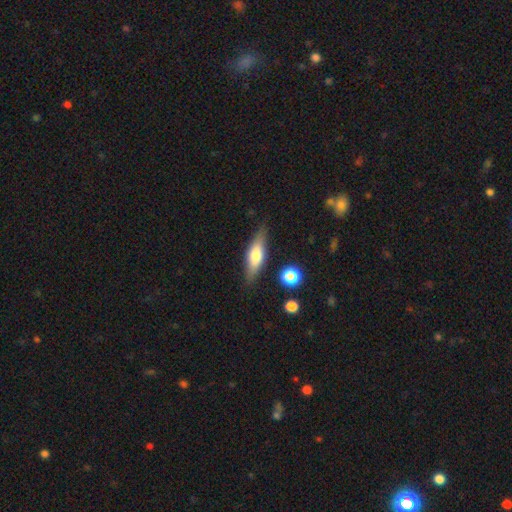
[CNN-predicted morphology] Smooth or featured? smooth (57%)
How rounded? in between (50%)
Merging? none (81%)